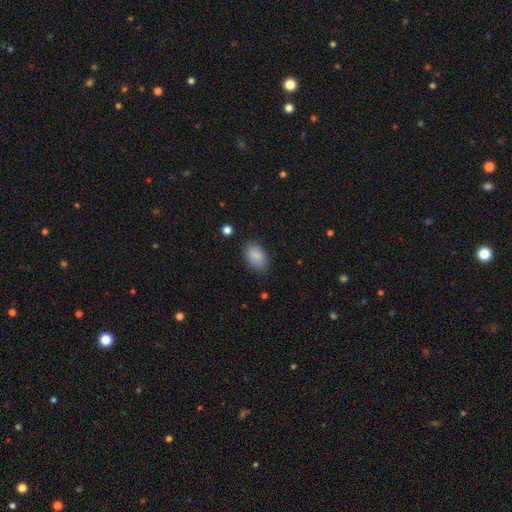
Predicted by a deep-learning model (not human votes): smooth-or-featured: smooth: 87% | star or artifact: 7% | featured or disk: 6%
  how-rounded: in between: 89% | round: 10% | cigar-shaped: 1%
  merging: none: 81% | minor disturbance: 15% | major disturbance: 3% | merger: 1%